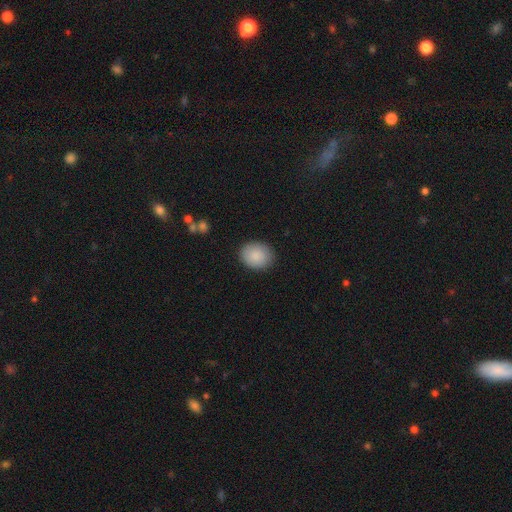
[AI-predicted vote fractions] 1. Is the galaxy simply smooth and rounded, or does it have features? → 88% smooth, 7% star or artifact, 5% featured or disk.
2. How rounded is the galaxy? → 50% round, 49% in between, 1% cigar-shaped.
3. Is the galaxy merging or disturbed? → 87% none, 9% minor disturbance, 2% major disturbance, 1% merger.